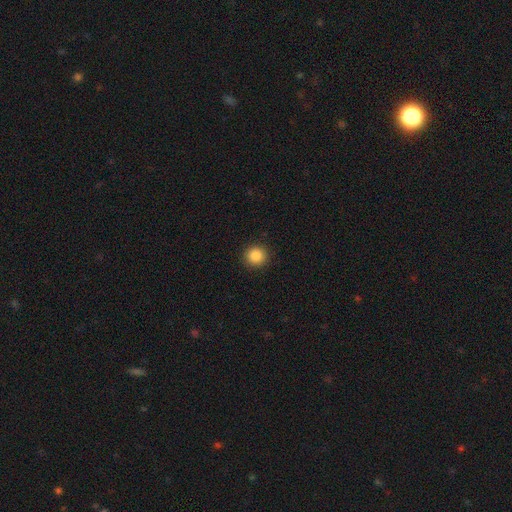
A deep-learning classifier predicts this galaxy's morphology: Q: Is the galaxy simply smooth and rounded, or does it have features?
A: smooth — 87%.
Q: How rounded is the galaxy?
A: round — 94%.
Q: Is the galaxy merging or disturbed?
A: none — 92%.